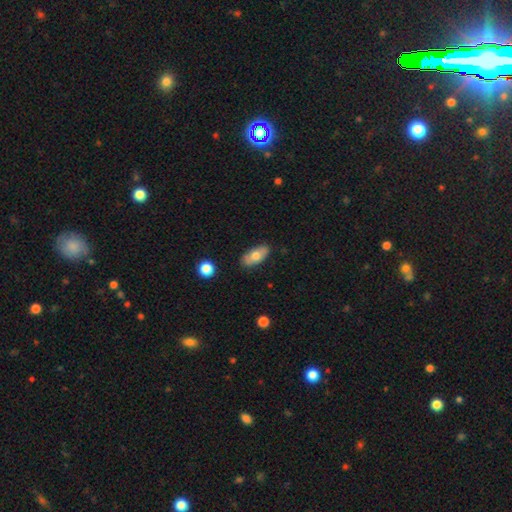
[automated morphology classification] A smooth galaxy with no disk features (68%) that is in between round and cigar-shaped (90%). Merging: none (82%).